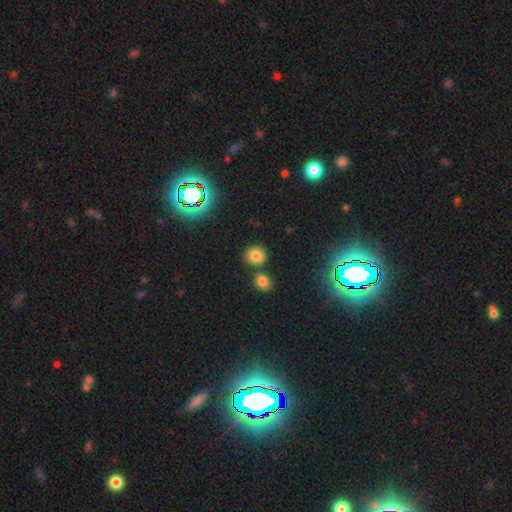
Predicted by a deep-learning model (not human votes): Q: Smooth or featured?
A: smooth (78%); runner-up: star or artifact (15%)
Q: How rounded?
A: round (81%); runner-up: in between (17%)
Q: Merging?
A: none (74%); runner-up: merger (14%)